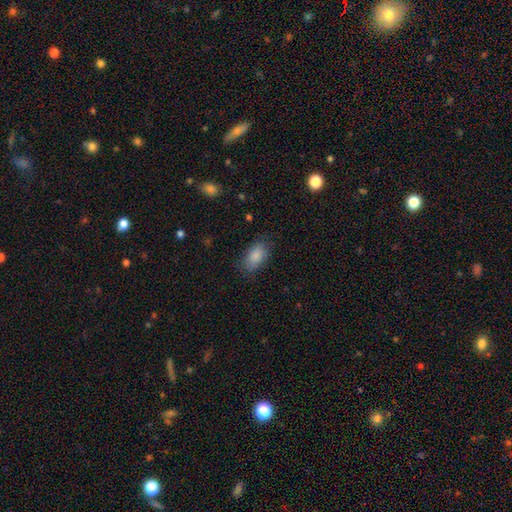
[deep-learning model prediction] This is clearly a smooth galaxy (87%). How rounded: clearly in between (92%). Merging: likely none (79%).